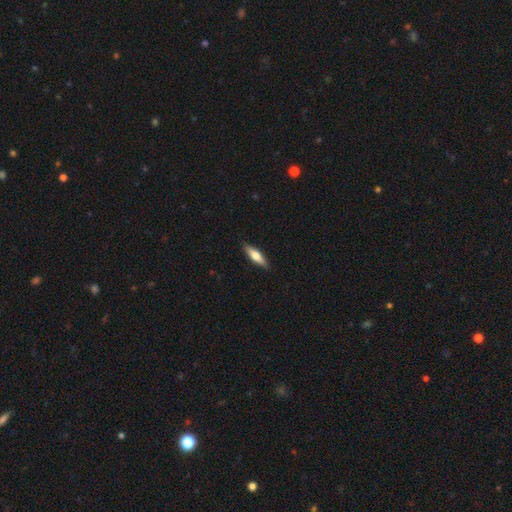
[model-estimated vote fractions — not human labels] smooth_or_featured: smooth (p=0.57) [alt: featured or disk p=0.37]
how_rounded: cigar-shaped (p=0.62) [alt: in between p=0.36]
merging: none (p=0.89) [alt: minor disturbance p=0.09]